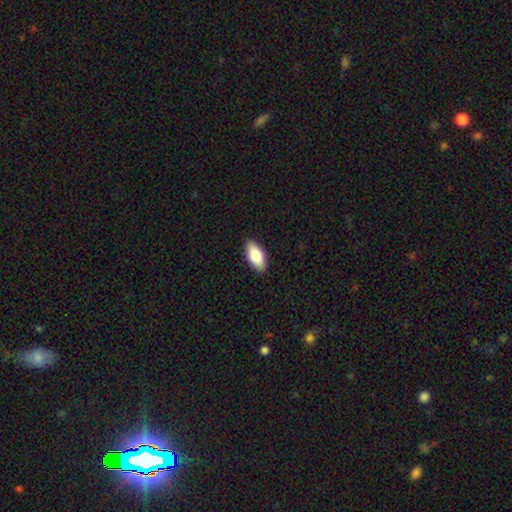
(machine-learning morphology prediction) This is clearly a smooth galaxy (80%). How rounded: clearly in between (91%). Merging: clearly none (89%).